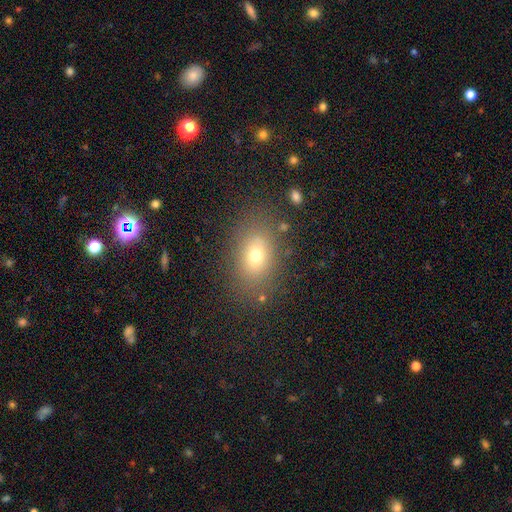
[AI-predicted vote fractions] This is likely a smooth galaxy (71%). How rounded: likely in between (79%). Merging: clearly none (81%).